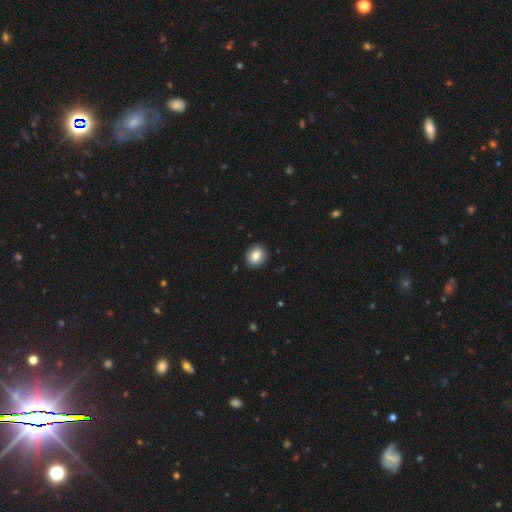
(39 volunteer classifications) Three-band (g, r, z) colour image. It shows a smooth galaxy with no disk features (82%) that is round (84%). Merging: none (83%).